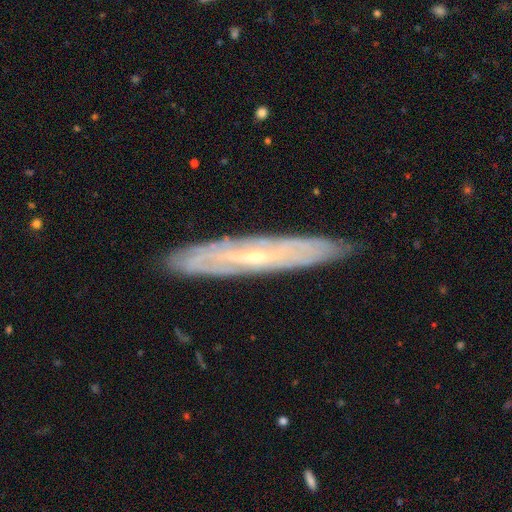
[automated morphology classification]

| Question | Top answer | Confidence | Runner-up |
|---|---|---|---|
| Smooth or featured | featured or disk | 79% | smooth (14%) |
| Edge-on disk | yes | 52% | no (48%) |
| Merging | none | 86% | minor disturbance (11%) |